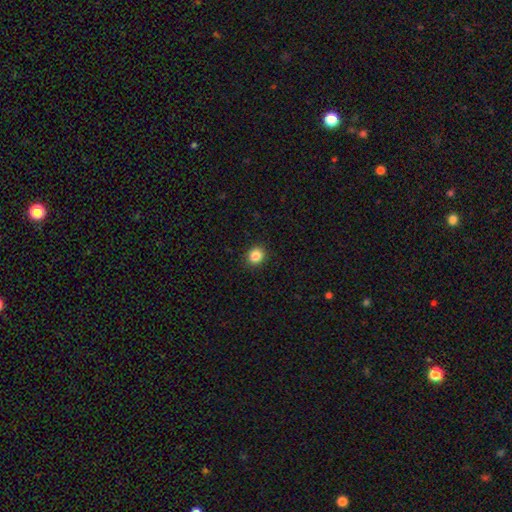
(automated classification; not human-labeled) Smooth or featured? Predicted: smooth (p=0.86). How rounded? Predicted: round (p=0.81). Merging? Predicted: none (p=0.91).